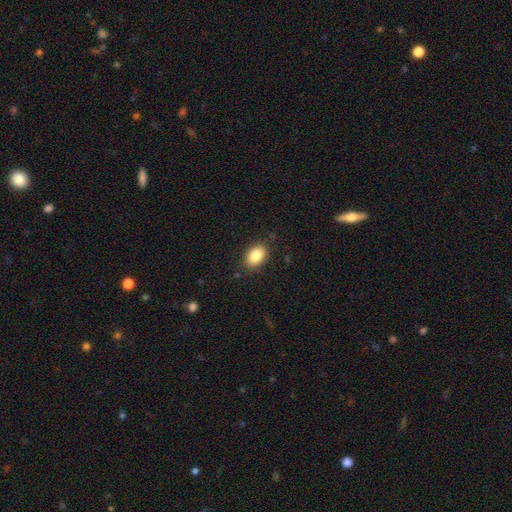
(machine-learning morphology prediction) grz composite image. It shows a smooth galaxy with no disk features (86%) that is in between round and cigar-shaped (87%). Merging: none (86%).